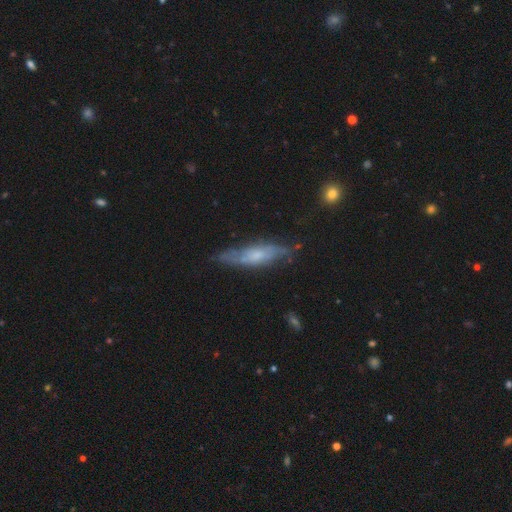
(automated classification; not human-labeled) This appears to be a featured or disk galaxy (60%). Merging: none (66%).